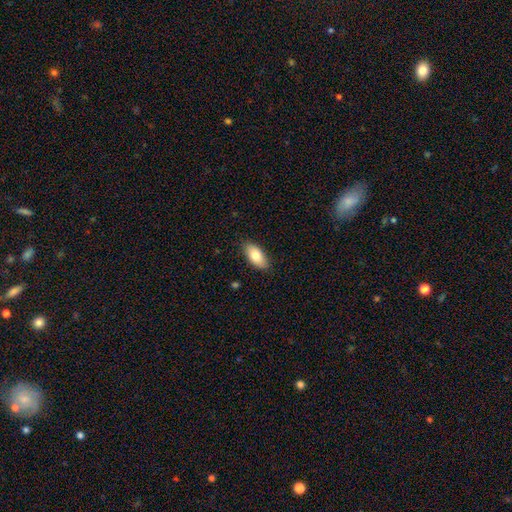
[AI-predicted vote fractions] smooth-or-featured: smooth: 81% | featured or disk: 12% | star or artifact: 6%
  how-rounded: in between: 91% | cigar-shaped: 7% | round: 3%
  merging: none: 87% | minor disturbance: 10% | major disturbance: 2% | merger: 1%